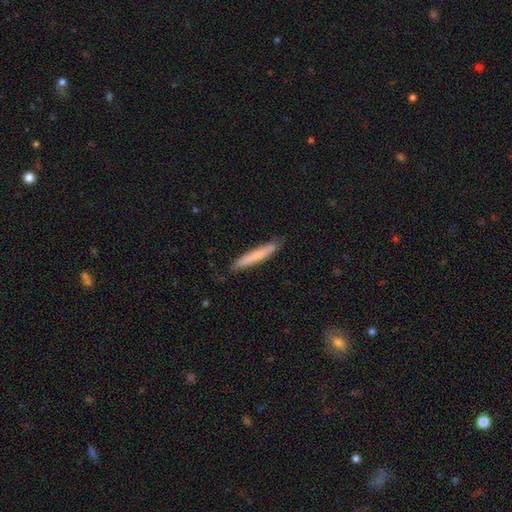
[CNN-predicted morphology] Overall: smooth (73%). How rounded: cigar-shaped (95%). Merging: none (85%).